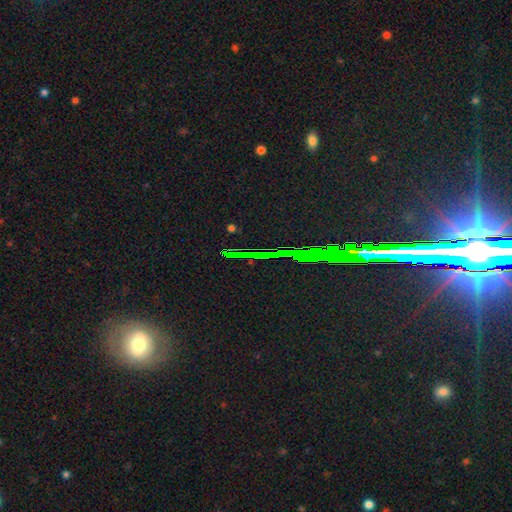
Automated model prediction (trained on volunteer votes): Q: Smooth or featured?
A: star or artifact (78%); runner-up: smooth (11%)